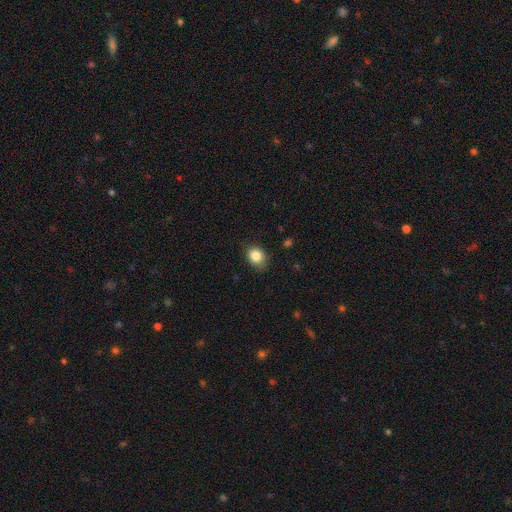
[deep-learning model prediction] The model was most divided on "how rounded": in between: 53%, round: 46%, cigar-shaped: 1%. More confident: smooth or featured — smooth (85%); merging — none (81%).